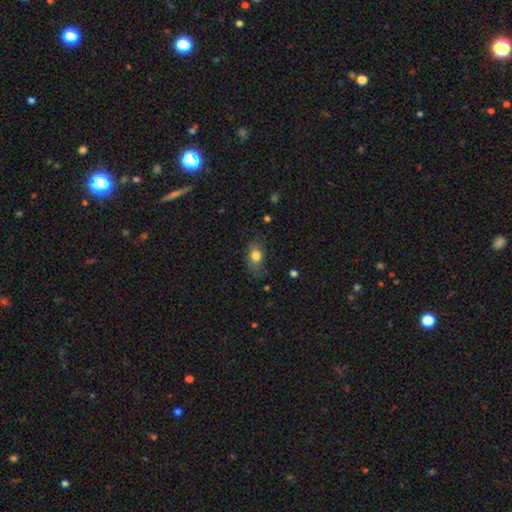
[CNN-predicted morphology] Smooth or featured?
  - smooth: 81% *
  - star or artifact: 10%
  - featured or disk: 9%
How rounded?
  - in between: 72% *
  - round: 26%
  - cigar-shaped: 2%
Merging?
  - none: 71% *
  - minor disturbance: 20%
  - major disturbance: 7%
  - merger: 1%